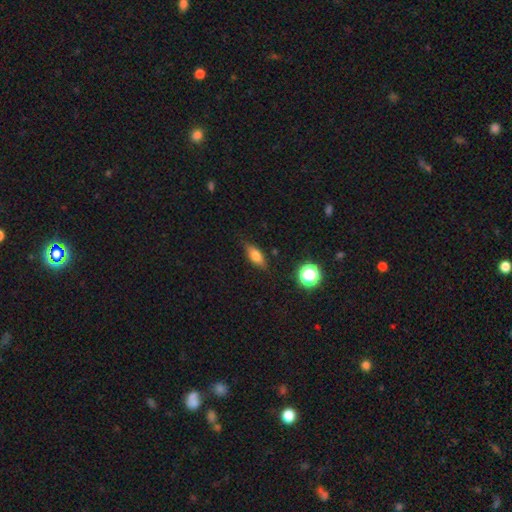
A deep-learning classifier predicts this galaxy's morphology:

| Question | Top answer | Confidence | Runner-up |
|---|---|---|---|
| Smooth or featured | smooth | 66% | featured or disk (23%) |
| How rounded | in between | 66% | cigar-shaped (27%) |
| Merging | none | 82% | minor disturbance (13%) |